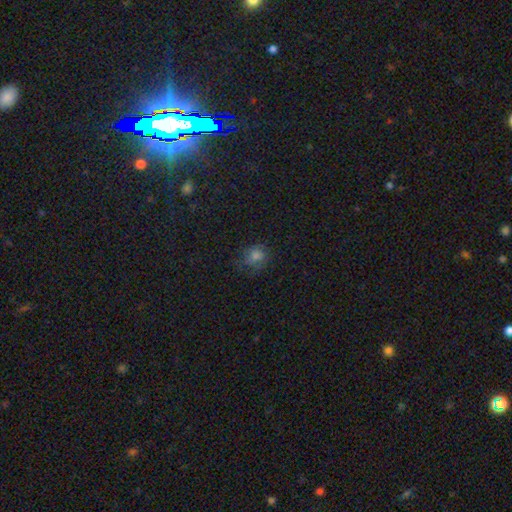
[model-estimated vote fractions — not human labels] The model was most divided on "smooth or featured": smooth: 64%, star or artifact: 23%, featured or disk: 13%. More confident: how rounded — round (77%); merging — none (66%).